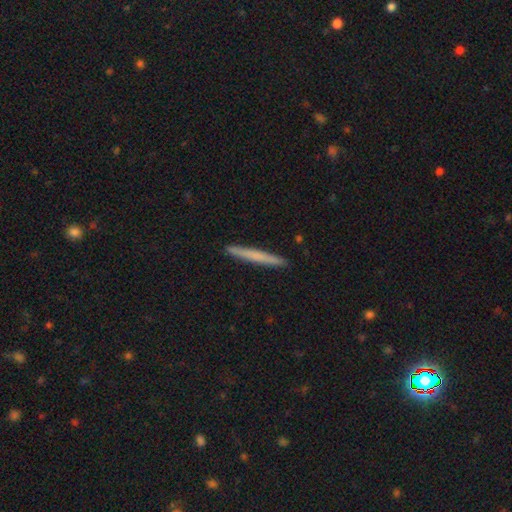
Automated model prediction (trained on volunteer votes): smooth 64%, featured or disk 30%, star or artifact 6%. Down the decision tree: how rounded — cigar-shaped (97%); merging — none (92%).